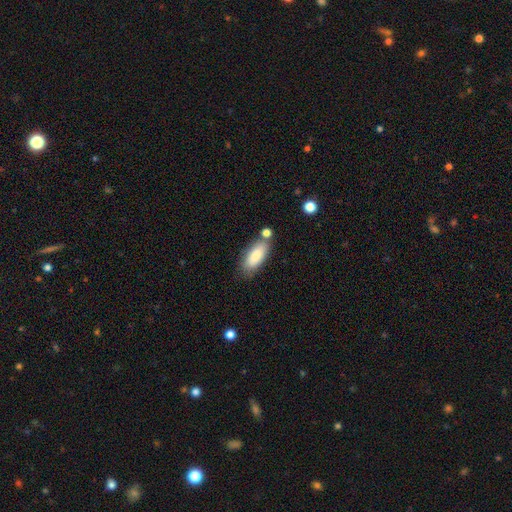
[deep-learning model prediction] Smooth or featured? smooth (85%)
How rounded? in between (79%)
Merging? none (65%)